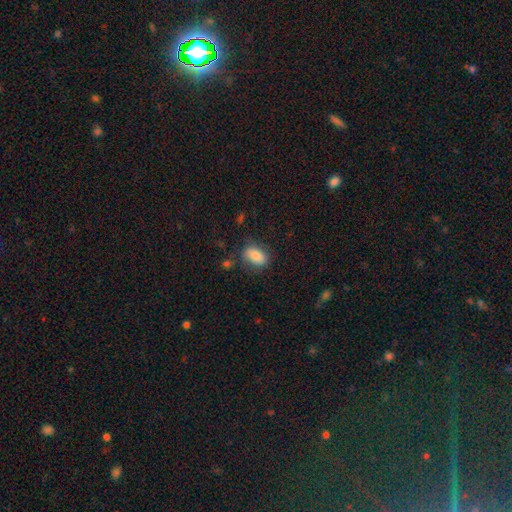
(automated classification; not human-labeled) smooth-or-featured: smooth: 85% | featured or disk: 8% | star or artifact: 7%
  how-rounded: in between: 89% | round: 8% | cigar-shaped: 3%
  merging: none: 71% | minor disturbance: 19% | major disturbance: 7% | merger: 3%